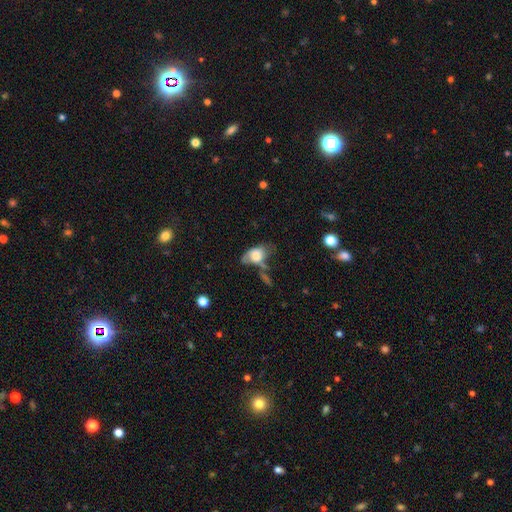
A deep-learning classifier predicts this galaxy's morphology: This appears to be a smooth galaxy with no disk features (65%) that is in between round and cigar-shaped (87%). Merging: none (32%).